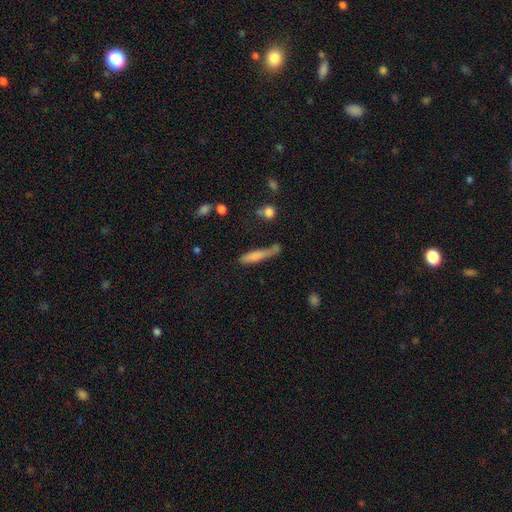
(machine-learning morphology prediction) This is likely a smooth galaxy (72%). How rounded: clearly cigar-shaped (87%). Merging: possibly none (52%).